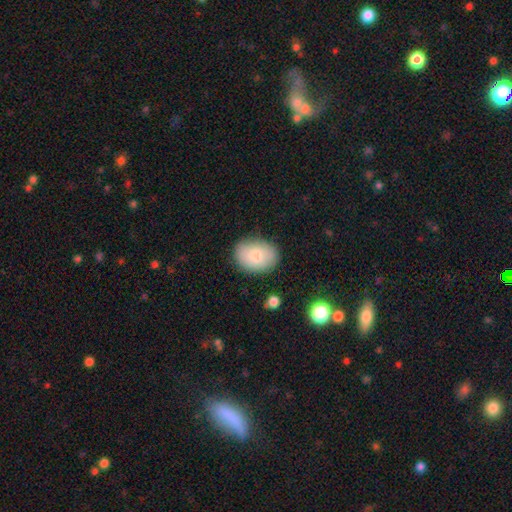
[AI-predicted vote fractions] smooth 79%, featured or disk 15%, star or artifact 7%. Down the decision tree: how rounded — in between (78%); merging — none (81%).